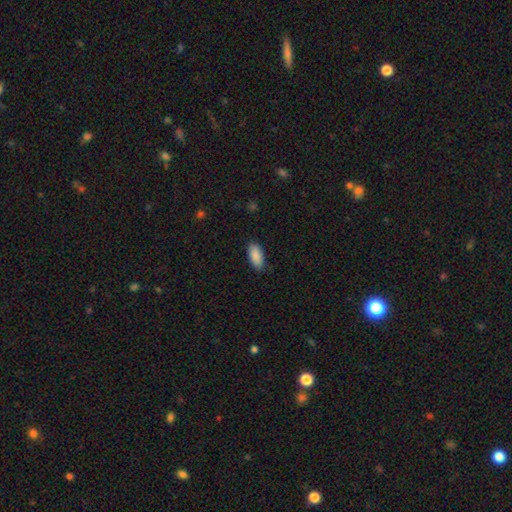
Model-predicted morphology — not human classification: Smooth or featured? smooth (90%)
How rounded? in between (90%)
Merging? none (87%)